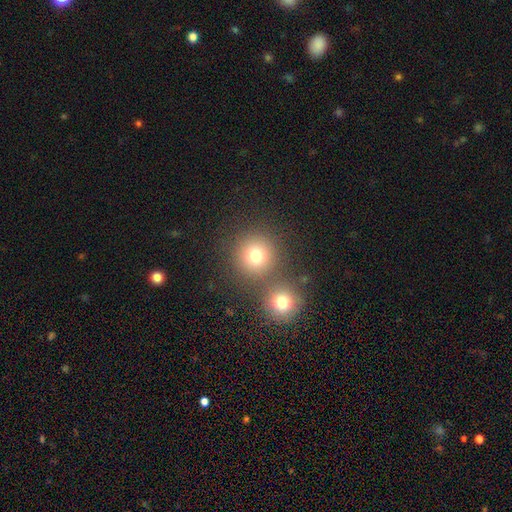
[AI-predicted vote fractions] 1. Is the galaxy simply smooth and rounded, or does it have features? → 79% smooth, 14% star or artifact, 8% featured or disk.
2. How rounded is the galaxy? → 91% round, 8% in between, 1% cigar-shaped.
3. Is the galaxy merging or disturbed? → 64% none, 26% merger, 7% minor disturbance, 3% major disturbance.